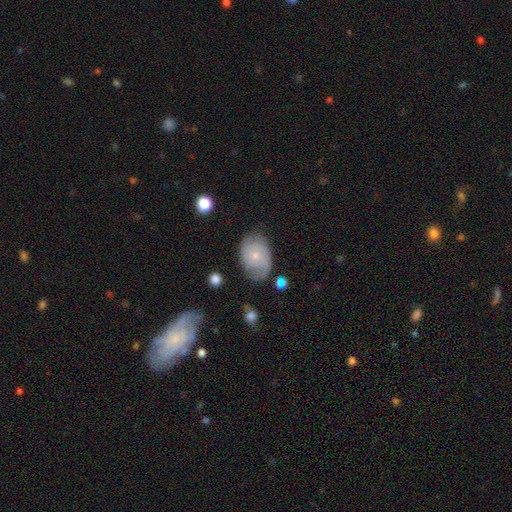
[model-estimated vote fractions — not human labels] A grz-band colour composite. It shows a featured or disk galaxy (52%). Merging: none (66%).